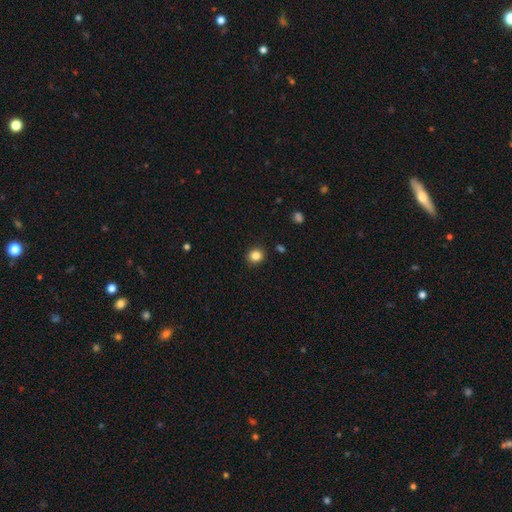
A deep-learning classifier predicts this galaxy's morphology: Smooth or featured: smooth — 84% (star or artifact — 11%)
How rounded: round — 83% (in between — 16%)
Merging: none — 90% (minor disturbance — 6%)